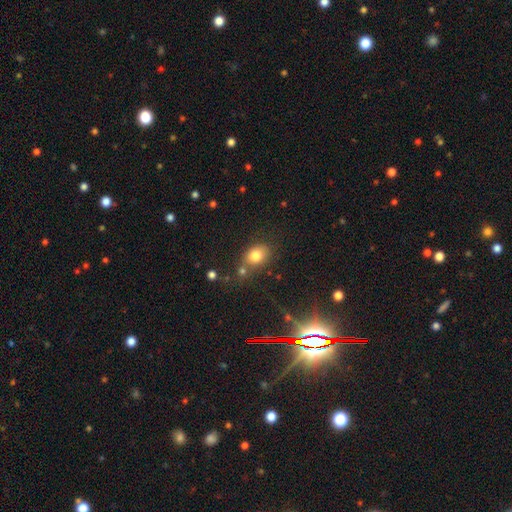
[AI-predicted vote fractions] smooth-or-featured: smooth: 80% | star or artifact: 11% | featured or disk: 9%
  how-rounded: in between: 65% | round: 34% | cigar-shaped: 1%
  merging: none: 59% | merger: 19% | minor disturbance: 16% | major disturbance: 6%